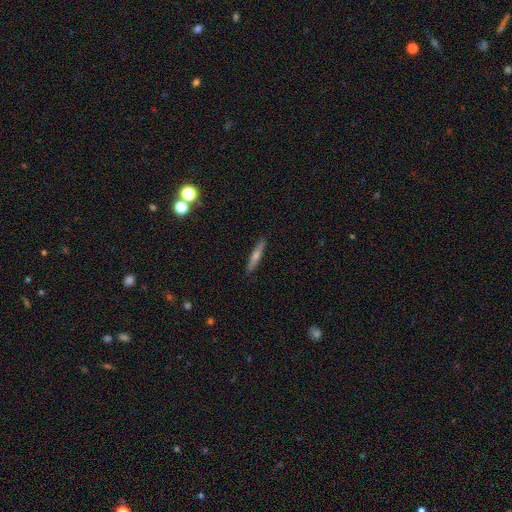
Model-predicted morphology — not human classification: Smooth or featured?
  - featured or disk: 48% *
  - smooth: 43%
  - star or artifact: 9%
Merging?
  - none: 90% *
  - minor disturbance: 7%
  - major disturbance: 2%
  - merger: 1%